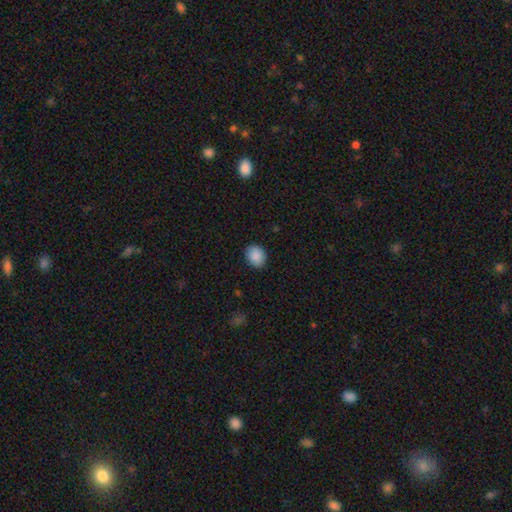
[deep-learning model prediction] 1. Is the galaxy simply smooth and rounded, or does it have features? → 89% smooth, 8% star or artifact, 3% featured or disk.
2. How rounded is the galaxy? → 52% round, 47% in between, 1% cigar-shaped.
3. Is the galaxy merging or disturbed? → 88% none, 9% minor disturbance, 2% major disturbance, 1% merger.